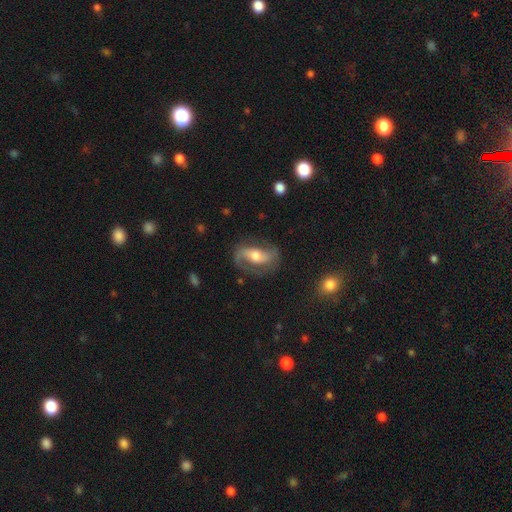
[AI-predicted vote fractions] smooth-or-featured: featured or disk: 79% | smooth: 15% | star or artifact: 6%
  disk-edge-on: no: 95% | yes: 5%
    bar: weak: 36% | strong: 33% | no: 31%
    has-spiral-arms: yes: 92% | no: 8%
      spiral-winding: medium: 47% | loose: 35% | tight: 19%
      spiral-arm-count: 2: 84% | 1: 9% | can't tell: 5% | 3: 1% | 4: 1% | more than 4: 1%
    bulge-size: moderate: 67% | small: 17% | large: 13% | none: 1% | dominant: 1%
  merging: none: 69% | minor disturbance: 17% | major disturbance: 12% | merger: 2%